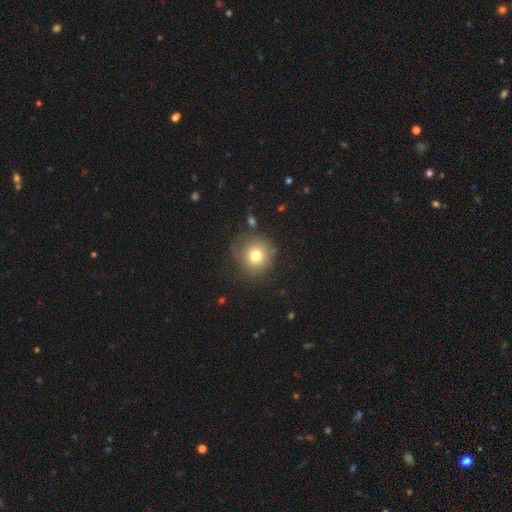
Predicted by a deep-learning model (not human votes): smooth-or-featured: smooth: 75% | featured or disk: 13% | star or artifact: 12%
  how-rounded: round: 93% | in between: 6% | cigar-shaped: 1%
  merging: none: 76% | minor disturbance: 15% | major disturbance: 6% | merger: 3%